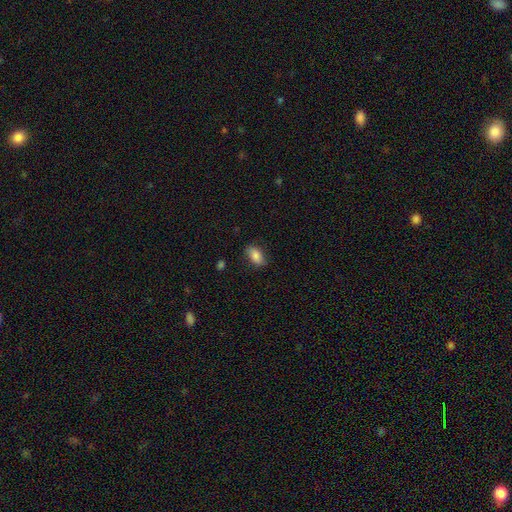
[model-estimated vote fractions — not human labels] Overall: smooth (84%). How rounded: in between (91%). Merging: none (82%).